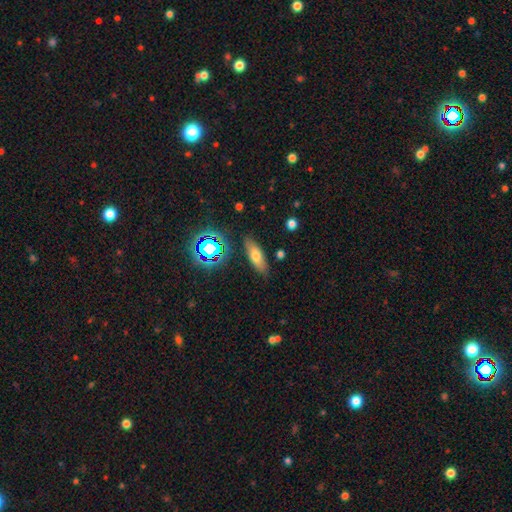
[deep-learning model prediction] Q: Smooth or featured?
A: smooth (63%); runner-up: featured or disk (22%)
Q: How rounded?
A: in between (65%); runner-up: cigar-shaped (30%)
Q: Merging?
A: none (84%); runner-up: minor disturbance (11%)